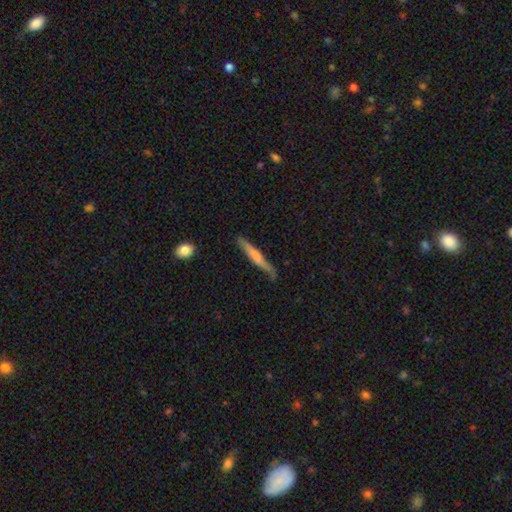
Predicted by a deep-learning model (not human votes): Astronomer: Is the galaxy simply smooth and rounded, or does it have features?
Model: smooth — 58% (runner-up: featured or disk, 37%).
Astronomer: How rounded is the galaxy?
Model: cigar-shaped — 94%.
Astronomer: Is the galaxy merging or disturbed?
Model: none — 75%.